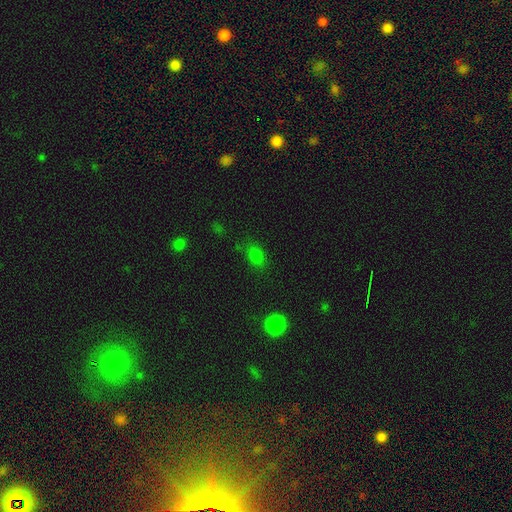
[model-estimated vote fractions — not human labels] A smooth galaxy with no disk features (75%) that is in between round and cigar-shaped (68%).

Vote fractions:
- Smooth or featured? smooth: 75% / star or artifact: 19% / featured or disk: 6%
- How rounded? in between: 68% / round: 30% / cigar-shaped: 3%
- Merging? none: 72% / minor disturbance: 17% / major disturbance: 6% / merger: 5%